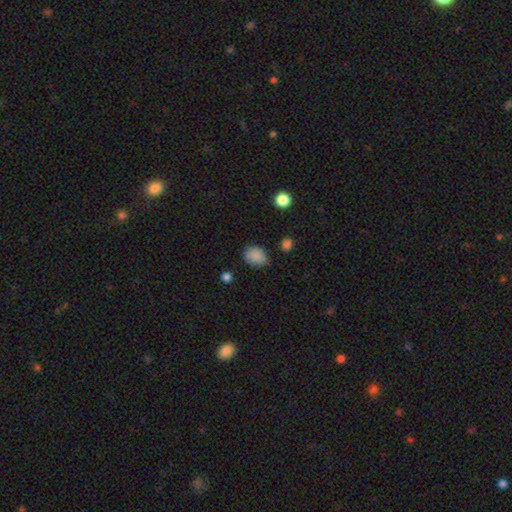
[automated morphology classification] Smooth or featured: smooth — 86% (star or artifact — 10%)
How rounded: in between — 63% (round — 36%)
Merging: none — 70% (minor disturbance — 23%)